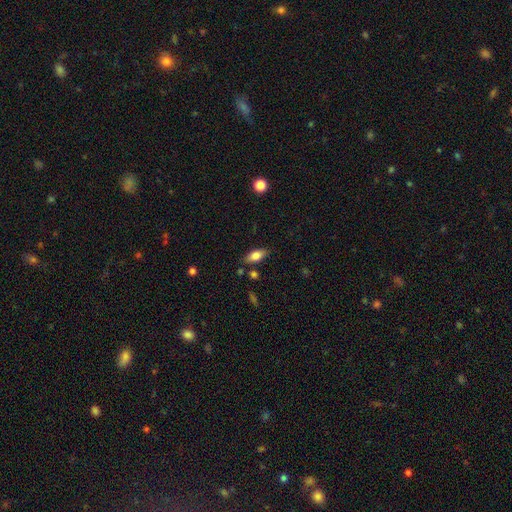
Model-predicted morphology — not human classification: smooth-or-featured: smooth: 78% | featured or disk: 14% | star or artifact: 7%
  how-rounded: in between: 85% | cigar-shaped: 12% | round: 3%
  merging: none: 81% | minor disturbance: 12% | merger: 4% | major disturbance: 3%